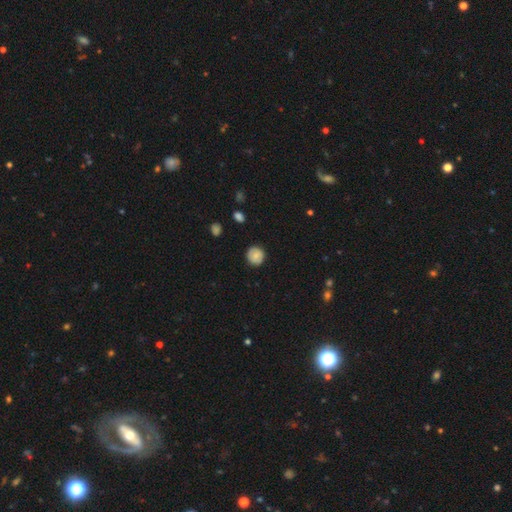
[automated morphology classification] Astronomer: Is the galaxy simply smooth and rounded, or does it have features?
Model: smooth — 77%.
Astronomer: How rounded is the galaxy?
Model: round — 91%.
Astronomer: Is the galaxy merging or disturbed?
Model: none — 84%.